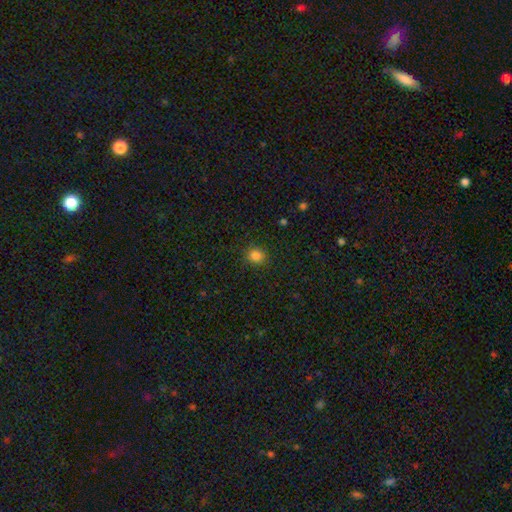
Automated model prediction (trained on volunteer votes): This appears to be a smooth galaxy with no disk features (84%) that is round (83%). Merging: none (88%).